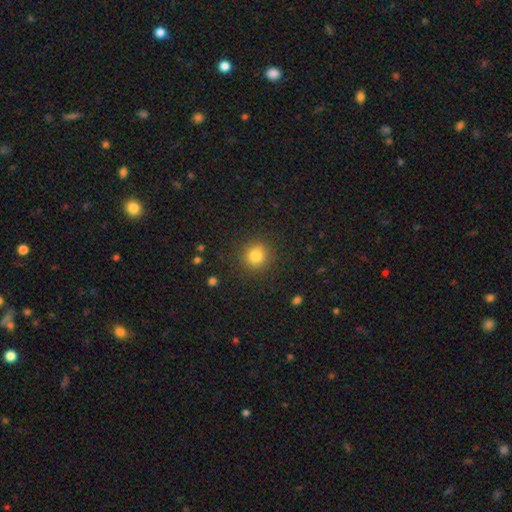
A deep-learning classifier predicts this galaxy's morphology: Q: Smooth or featured?
A: smooth (82%); runner-up: star or artifact (12%)
Q: How rounded?
A: round (91%); runner-up: in between (8%)
Q: Merging?
A: none (88%); runner-up: minor disturbance (7%)